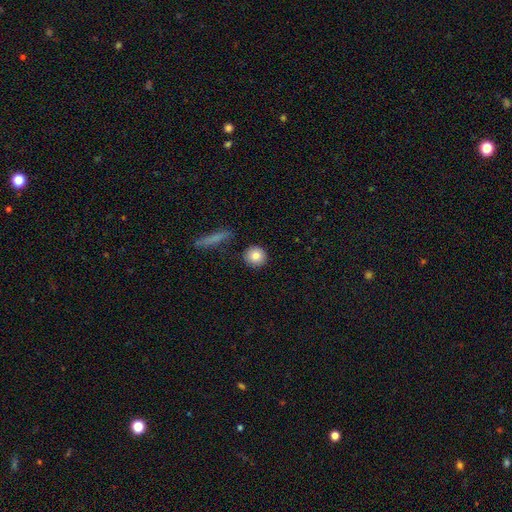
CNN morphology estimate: Smooth or featured?
  - smooth: 82% *
  - featured or disk: 10%
  - star or artifact: 8%
How rounded?
  - round: 91% *
  - in between: 7%
  - cigar-shaped: 2%
Merging?
  - none: 89% *
  - minor disturbance: 7%
  - merger: 3%
  - major disturbance: 2%